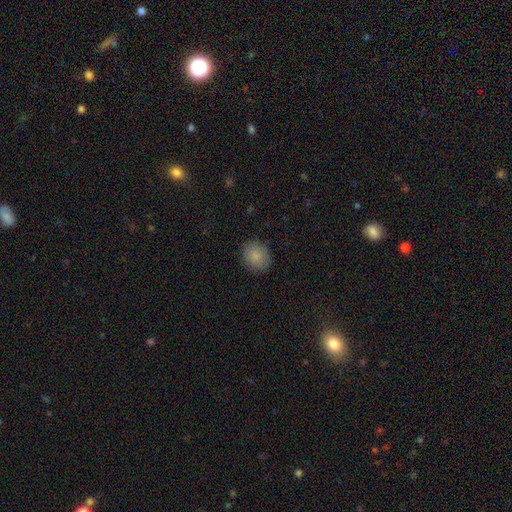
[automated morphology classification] This is clearly a smooth galaxy (86%). How rounded: likely round (66%). Merging: clearly none (86%).